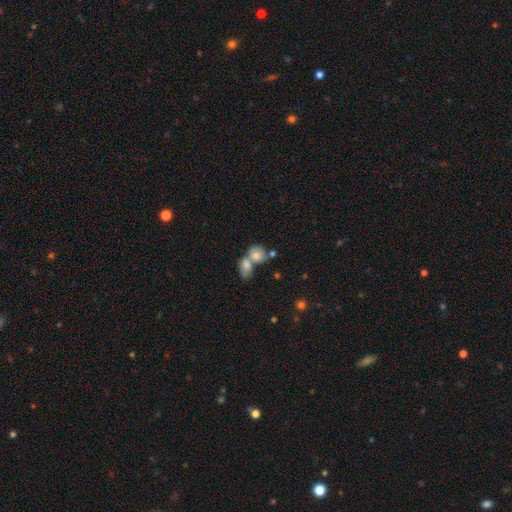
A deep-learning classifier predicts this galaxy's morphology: A smooth galaxy with no disk features (76%) that is round (53%). Merging: merger (58%).